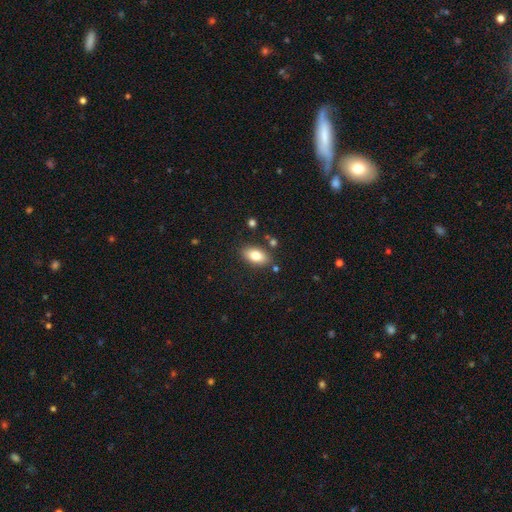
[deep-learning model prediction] A smooth galaxy with no disk features (80%) that is in between round and cigar-shaped (91%). Merging: none (82%).